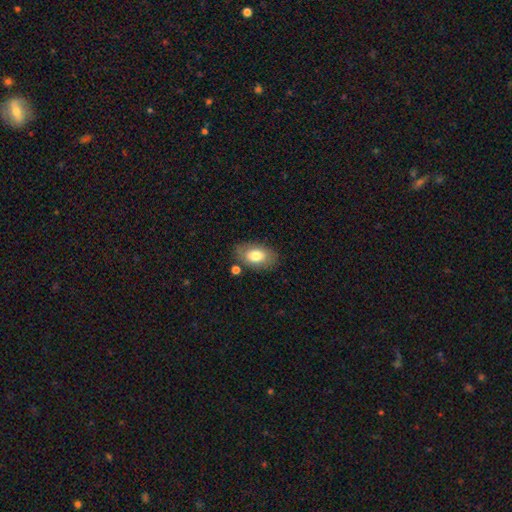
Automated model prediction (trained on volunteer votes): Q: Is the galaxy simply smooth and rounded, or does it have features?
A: smooth — 77%.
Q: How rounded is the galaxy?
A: in between — 89%.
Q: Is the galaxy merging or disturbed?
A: none — 74%.